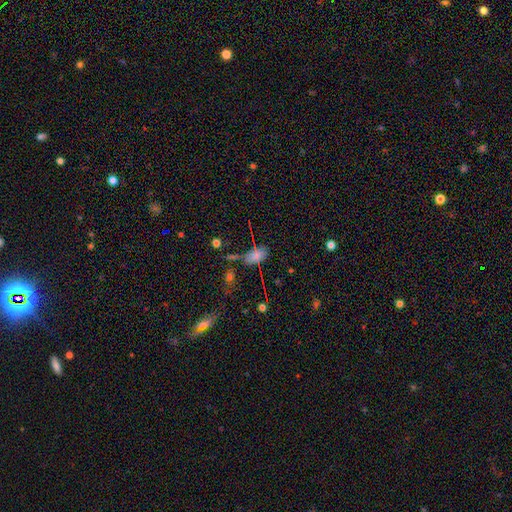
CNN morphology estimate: type=smooth (74%); roundness=in between (90%); merging=none (56%).